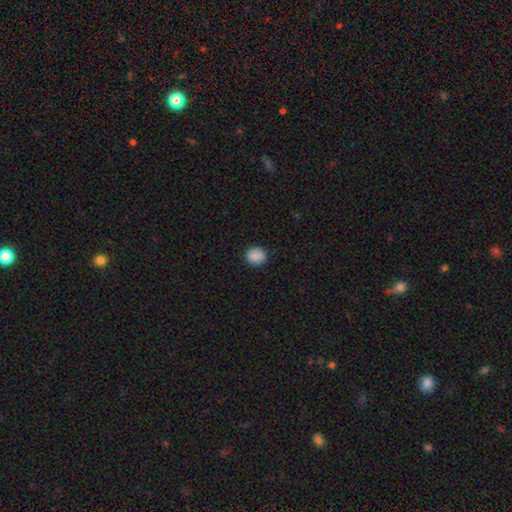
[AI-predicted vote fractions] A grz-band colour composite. It shows a smooth galaxy with no disk features (89%) that is round (82%). Merging: none (91%).